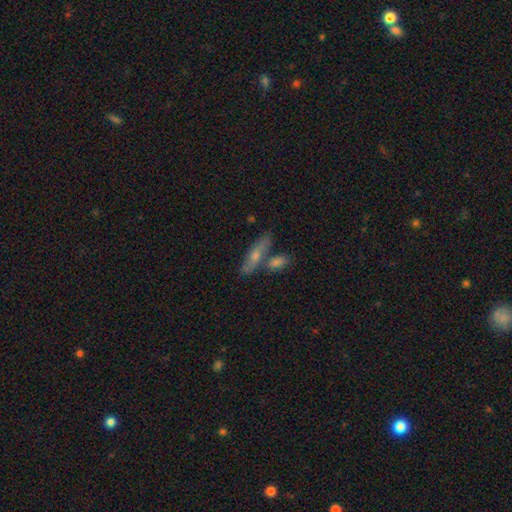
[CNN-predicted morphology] type=smooth (47%); merging=none (62%).